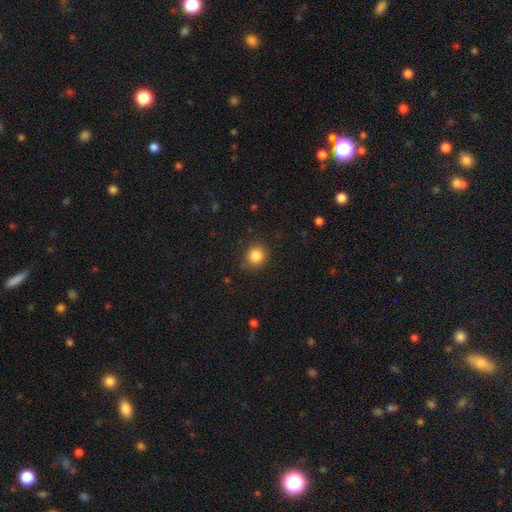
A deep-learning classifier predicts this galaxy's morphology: This appears to be a smooth galaxy with no disk features (85%) that is round (85%). Merging: none (84%).